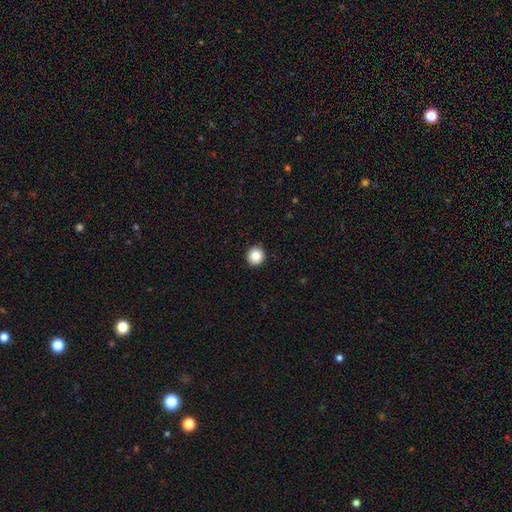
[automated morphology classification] Smooth or featured: smooth — 86% (star or artifact — 9%)
How rounded: round — 96% (in between — 3%)
Merging: none — 93% (minor disturbance — 4%)